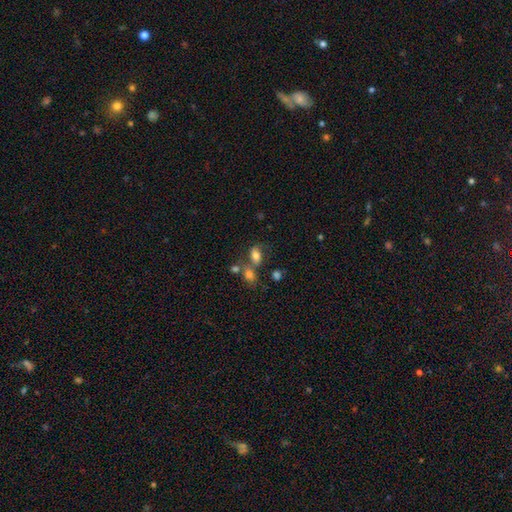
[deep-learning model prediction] This is likely a smooth galaxy (70%). How rounded: clearly in between (81%). Merging: marginally none (43%).